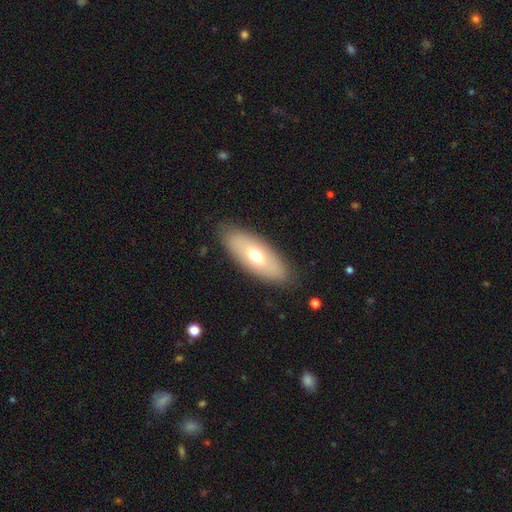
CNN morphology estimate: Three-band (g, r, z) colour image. It shows a smooth galaxy with no disk features (62%) that is in between round and cigar-shaped (79%). Merging: none (86%).